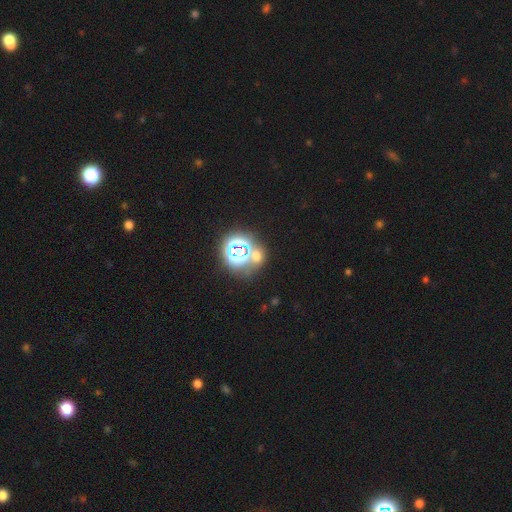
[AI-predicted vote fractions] Morphology: type=star or artifact (53%).